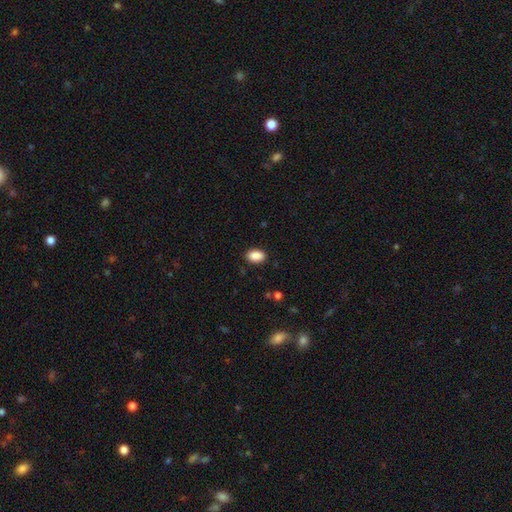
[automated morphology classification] Q: Smooth or featured?
A: smooth (89%); runner-up: star or artifact (8%)
Q: How rounded?
A: in between (88%); runner-up: round (11%)
Q: Merging?
A: none (88%); runner-up: minor disturbance (9%)